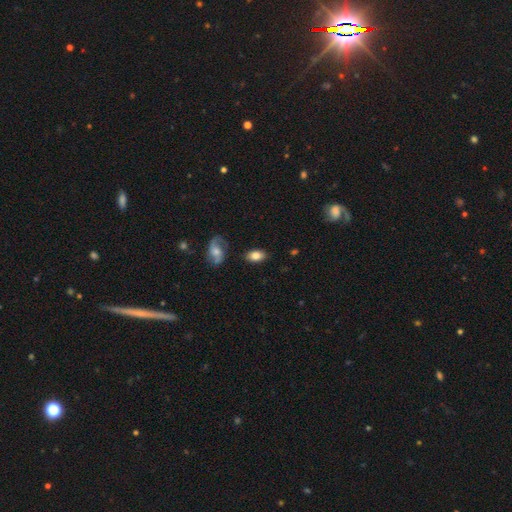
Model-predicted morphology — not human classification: A smooth galaxy with no disk features (78%) that is in between round and cigar-shaped (90%). Merging: none (82%).